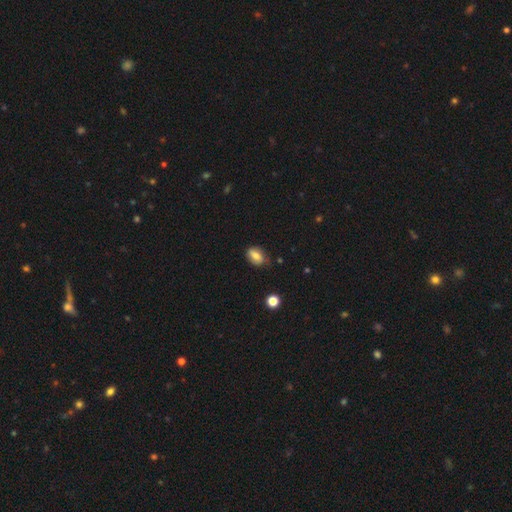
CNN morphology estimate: Smooth or featured? smooth (72%)
How rounded? in between (83%)
Merging? none (67%)